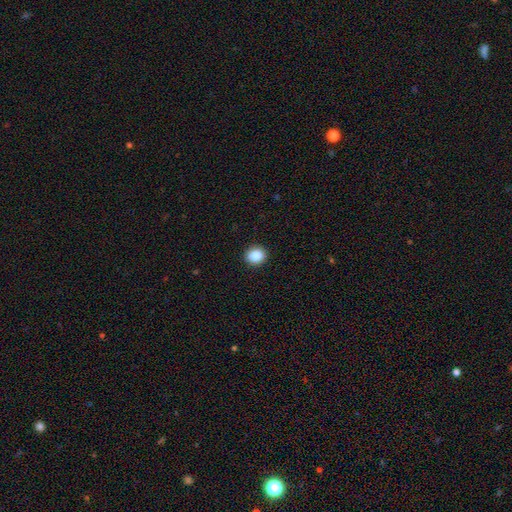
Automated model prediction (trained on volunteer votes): A smooth galaxy with no disk features (87%) that is round (73%). Merging: none (92%).